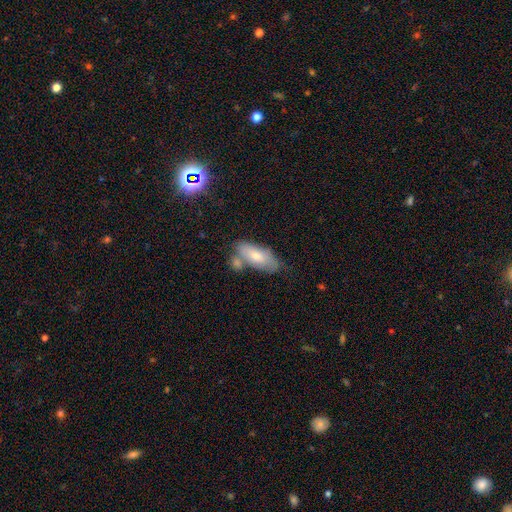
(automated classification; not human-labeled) This appears to be a smooth galaxy with no disk features (65%) that is in between round and cigar-shaped (80%). Merging: none (53%).